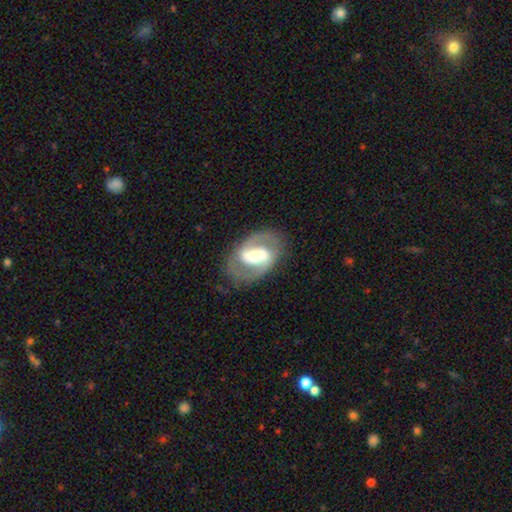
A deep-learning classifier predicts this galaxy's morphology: Smooth or featured: featured or disk — 83% (smooth — 12%)
Edge-on disk: no — 96% (yes — 4%)
Bar: strong — 45% (weak — 37%)
Spiral arms: yes — 88% (no — 12%)
Spiral winding: medium — 52% (tight — 26%)
Spiral arm count: 2 — 89% (can't tell — 5%)
Bulge size: moderate — 59% (small — 25%)
Merging: none — 78% (minor disturbance — 13%)